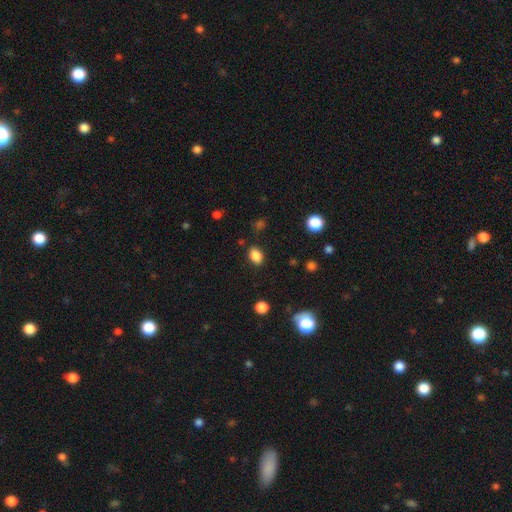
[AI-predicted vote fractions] smooth 86%, star or artifact 10%, featured or disk 4%. Down the decision tree: how rounded — in between (77%); merging — none (84%).